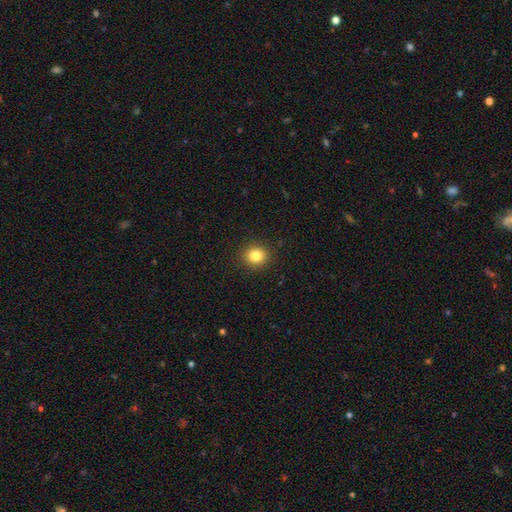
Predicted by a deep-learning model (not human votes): Smooth or featured?
  - smooth: 83% *
  - star or artifact: 11%
  - featured or disk: 6%
How rounded?
  - round: 84% *
  - in between: 15%
  - cigar-shaped: 1%
Merging?
  - none: 91% *
  - minor disturbance: 6%
  - major disturbance: 2%
  - merger: 1%